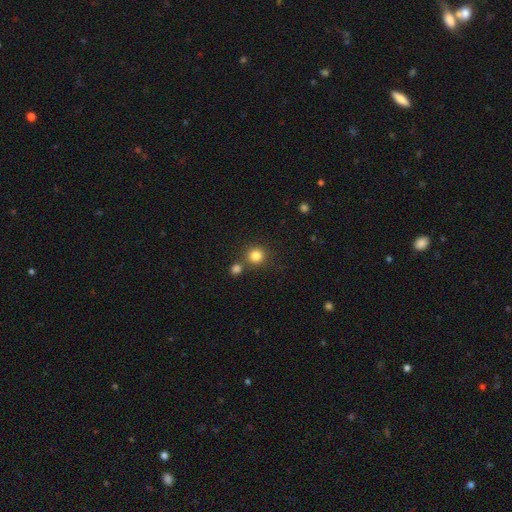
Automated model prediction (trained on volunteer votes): smooth_or_featured: smooth (p=0.83) [alt: star or artifact p=0.12]
how_rounded: round (p=0.92) [alt: in between p=0.08]
merging: none (p=0.75) [alt: merger p=0.15]